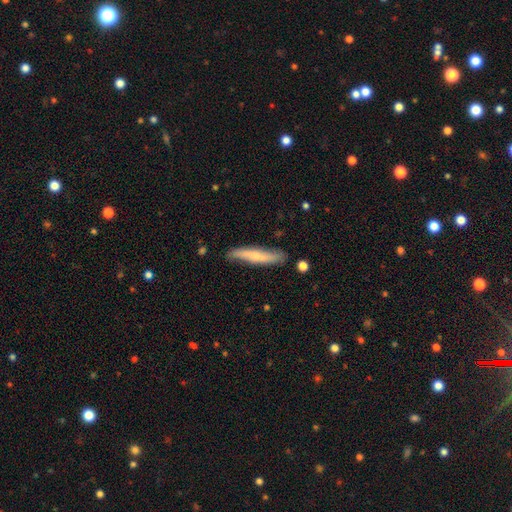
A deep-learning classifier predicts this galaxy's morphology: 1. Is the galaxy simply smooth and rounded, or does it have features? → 52% smooth, 42% featured or disk, 6% star or artifact.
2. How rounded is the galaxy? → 89% cigar-shaped, 9% in between, 2% round.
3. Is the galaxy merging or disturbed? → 80% none, 15% minor disturbance, 3% major disturbance, 2% merger.